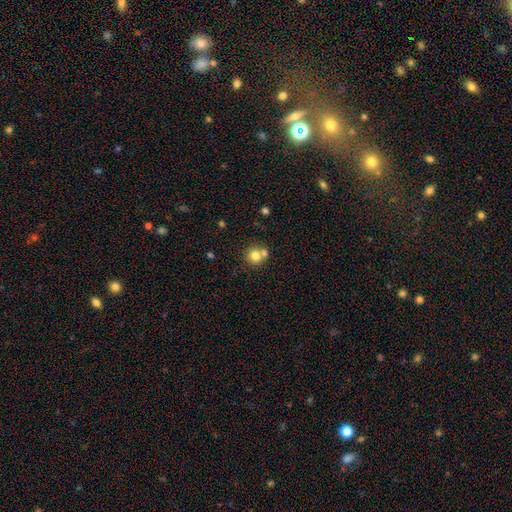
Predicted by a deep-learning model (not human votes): Smooth or featured? smooth (78%)
How rounded? round (91%)
Merging? none (57%)